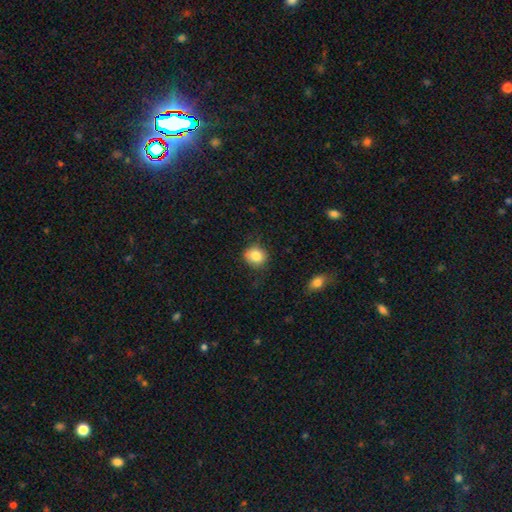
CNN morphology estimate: A smooth galaxy with no disk features (84%) that is round (78%). Merging: none (75%).